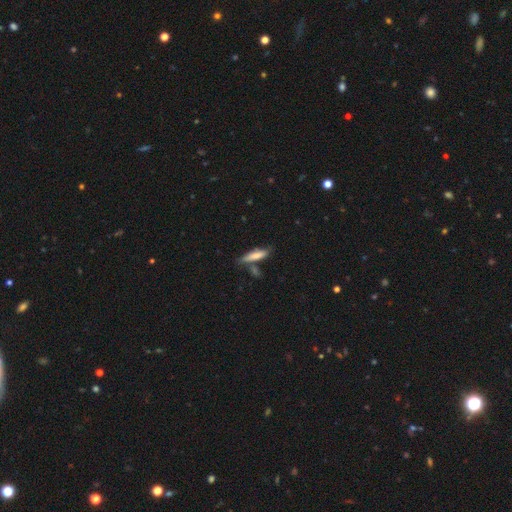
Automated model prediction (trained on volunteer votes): Q: Smooth or featured?
A: smooth (75%); runner-up: featured or disk (19%)
Q: How rounded?
A: cigar-shaped (78%); runner-up: in between (21%)
Q: Merging?
A: none (66%); runner-up: minor disturbance (18%)